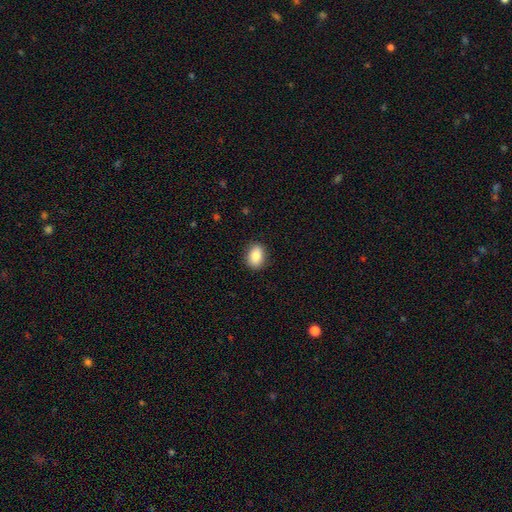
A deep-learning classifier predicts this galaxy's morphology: Smooth or featured: smooth — 86% (star or artifact — 8%)
How rounded: in between — 76% (round — 23%)
Merging: none — 87% (minor disturbance — 10%)